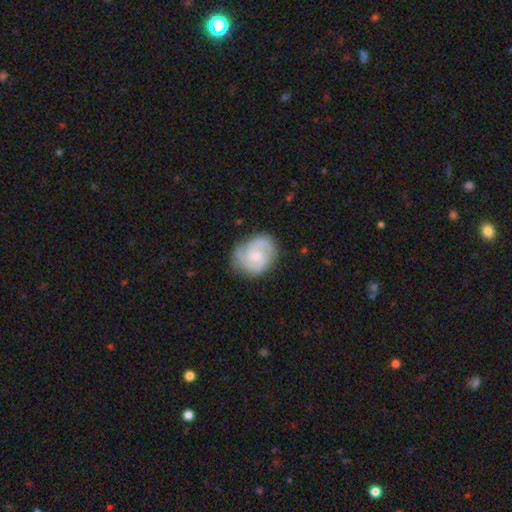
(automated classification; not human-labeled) The model was most divided on "spiral winding": medium: 48%, tight: 39%, loose: 13%. More confident: edge-on disk — no (98%); spiral arms — yes (96%); smooth or featured — featured or disk (78%); merging — none (76%); spiral arm count — 2 (75%); bulge size — small (60%); bar — no (57%).